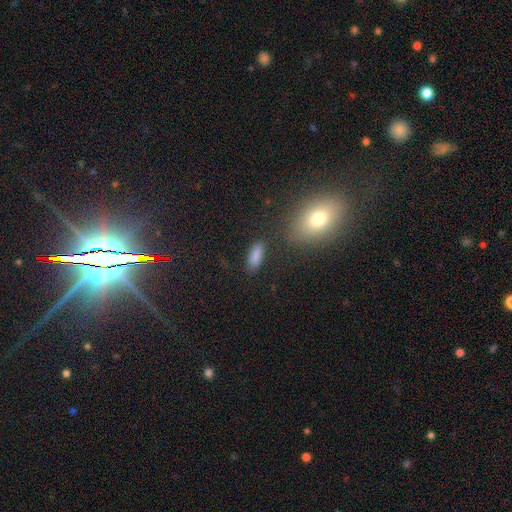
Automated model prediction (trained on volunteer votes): This is clearly a smooth galaxy (84%). How rounded: likely in between (79%). Merging: clearly none (80%).